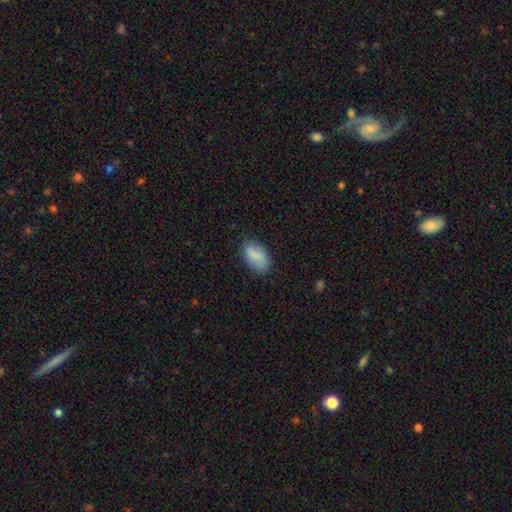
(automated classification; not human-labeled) Morphology: type=smooth (83%); roundness=in between (92%); merging=none (77%).